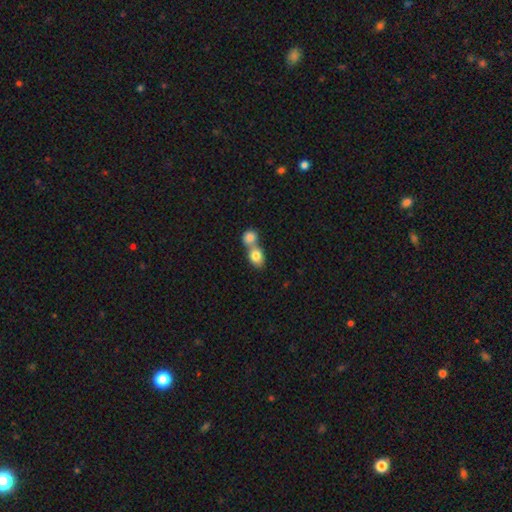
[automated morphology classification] Q: Smooth or featured?
A: smooth (82%); runner-up: featured or disk (10%)
Q: How rounded?
A: in between (54%); runner-up: round (45%)
Q: Merging?
A: merger (64%); runner-up: none (28%)